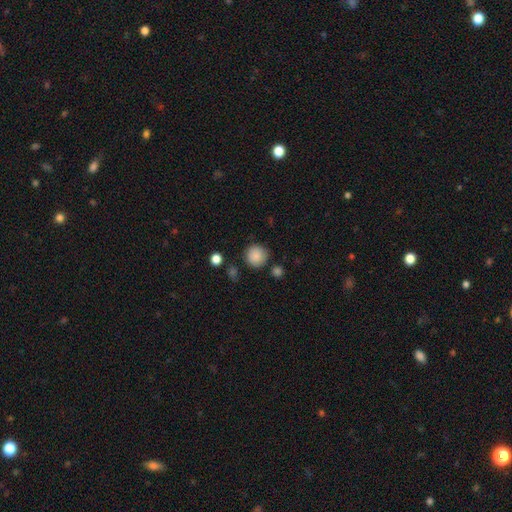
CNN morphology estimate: This appears to be a smooth galaxy with no disk features (87%) that is round (93%). Merging: none (83%).